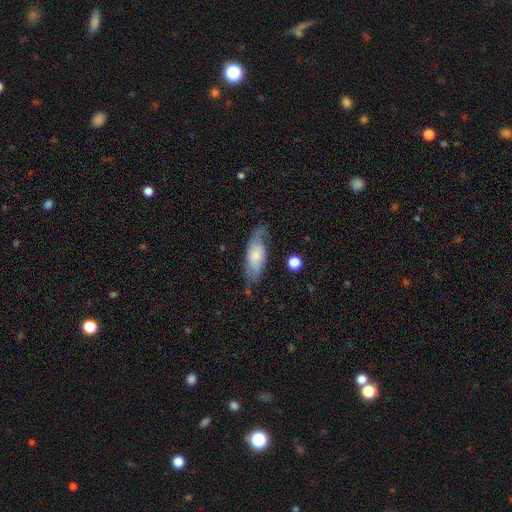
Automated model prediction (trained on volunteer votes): Smooth or featured?
  - smooth: 50% *
  - featured or disk: 44%
  - star or artifact: 7%
Merging?
  - none: 59% *
  - minor disturbance: 26%
  - major disturbance: 13%
  - merger: 3%